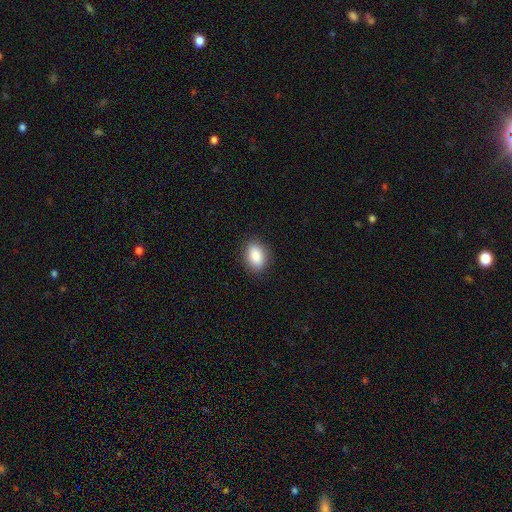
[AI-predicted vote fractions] Smooth or featured?
  - smooth: 88% *
  - star or artifact: 7%
  - featured or disk: 5%
How rounded?
  - in between: 84% *
  - round: 15%
  - cigar-shaped: 2%
Merging?
  - none: 88% *
  - minor disturbance: 9%
  - major disturbance: 2%
  - merger: 1%